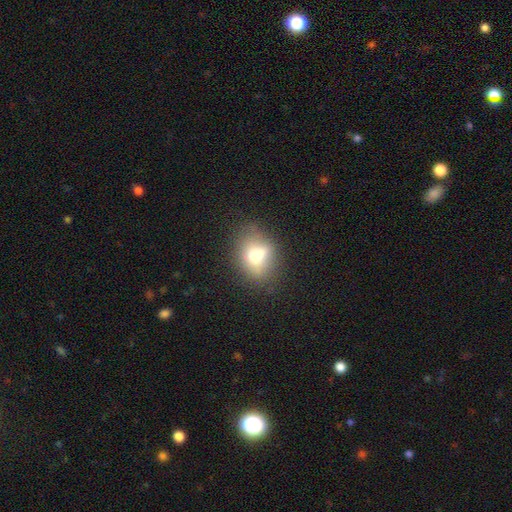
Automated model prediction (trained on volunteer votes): smooth_or_featured: smooth (p=0.64) [alt: featured or disk p=0.24]
how_rounded: in between (p=0.55) [alt: round p=0.42]
merging: none (p=0.60) [alt: minor disturbance p=0.23]